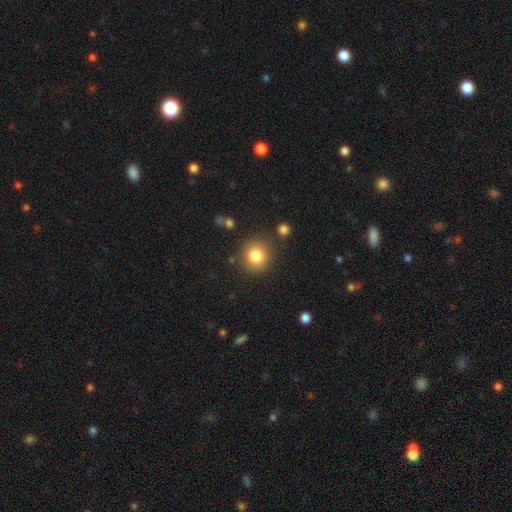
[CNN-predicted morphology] Smooth or featured: smooth — 82% (star or artifact — 11%)
How rounded: round — 88% (in between — 11%)
Merging: none — 84% (minor disturbance — 9%)